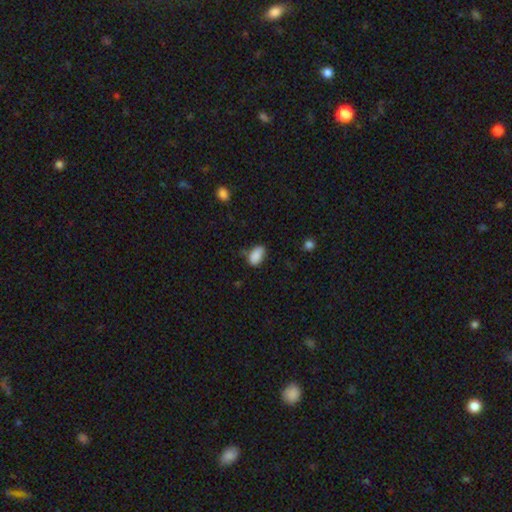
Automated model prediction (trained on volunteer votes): A smooth galaxy with no disk features (87%) that is in between round and cigar-shaped (92%).

Vote fractions:
- Smooth or featured? smooth: 87% / star or artifact: 8% / featured or disk: 4%
- How rounded? in between: 92% / round: 7% / cigar-shaped: 2%
- Merging? none: 62% / minor disturbance: 28% / major disturbance: 6% / merger: 4%